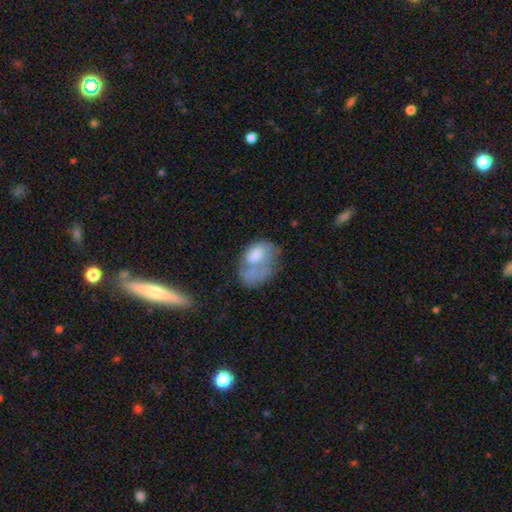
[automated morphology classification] The model was most divided on "merging": major disturbance: 33%, merger: 24%, none: 23%, minor disturbance: 20%. More confident: how rounded — in between (83%); smooth or featured — smooth (55%).